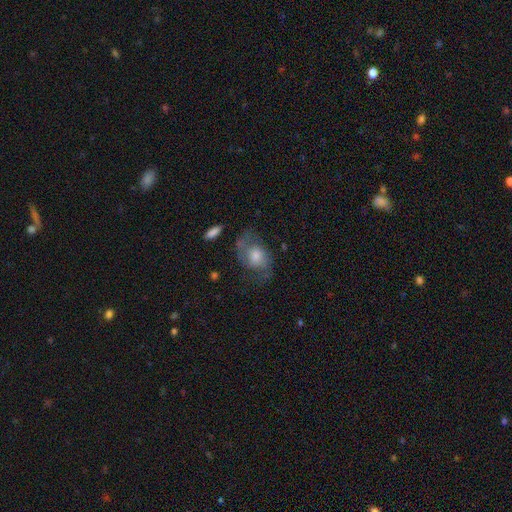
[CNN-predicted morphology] Smooth or featured? featured or disk (62%)
Edge-on disk? no (95%)
Bar? no (65%)
Spiral arms? yes (82%)
Bulge size? moderate (50%)
Merging? none (57%)